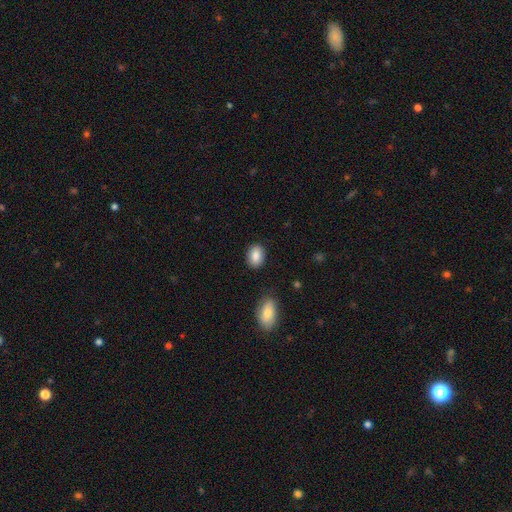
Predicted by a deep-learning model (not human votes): Overall: smooth (86%). How rounded: in between (76%). Merging: none (86%).